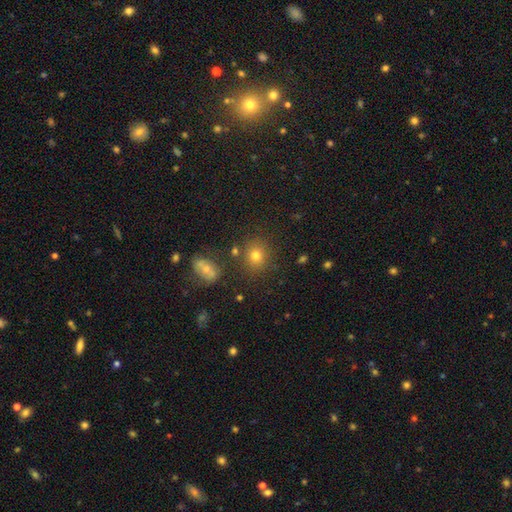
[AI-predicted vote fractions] Smooth or featured?
  - smooth: 74% *
  - star or artifact: 17%
  - featured or disk: 9%
How rounded?
  - round: 76% *
  - in between: 23%
  - cigar-shaped: 1%
Merging?
  - none: 79% *
  - minor disturbance: 10%
  - merger: 7%
  - major disturbance: 4%